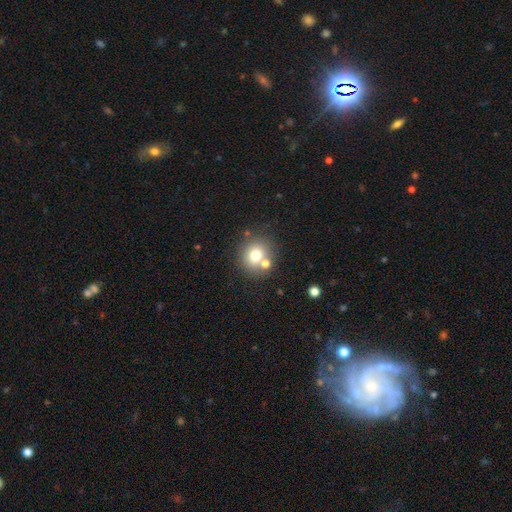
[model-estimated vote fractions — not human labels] A smooth galaxy with no disk features (74%) that is round (84%).

Vote fractions:
- Smooth or featured? smooth: 74% / featured or disk: 14% / star or artifact: 12%
- How rounded? round: 84% / in between: 15% / cigar-shaped: 1%
- Merging? none: 67% / merger: 19% / minor disturbance: 10% / major disturbance: 4%